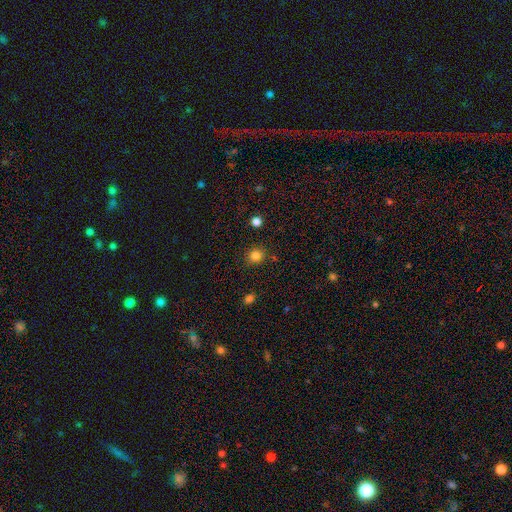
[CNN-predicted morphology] Q: Smooth or featured?
A: smooth (83%); runner-up: star or artifact (13%)
Q: How rounded?
A: round (87%); runner-up: in between (12%)
Q: Merging?
A: none (86%); runner-up: minor disturbance (8%)